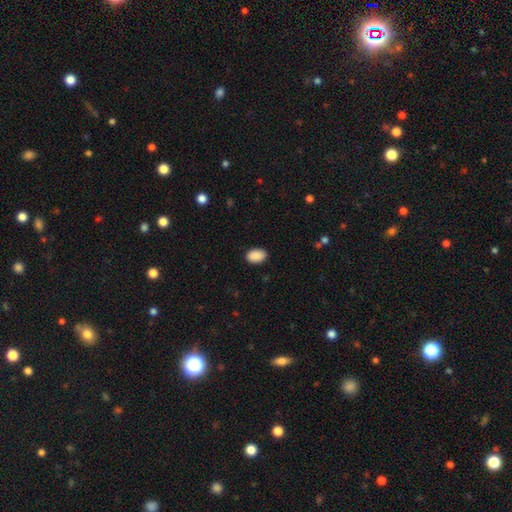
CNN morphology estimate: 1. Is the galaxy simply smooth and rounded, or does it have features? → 90% smooth, 7% star or artifact, 3% featured or disk.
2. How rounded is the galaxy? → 87% in between, 12% round, 1% cigar-shaped.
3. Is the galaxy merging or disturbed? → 88% none, 9% minor disturbance, 2% major disturbance, 1% merger.